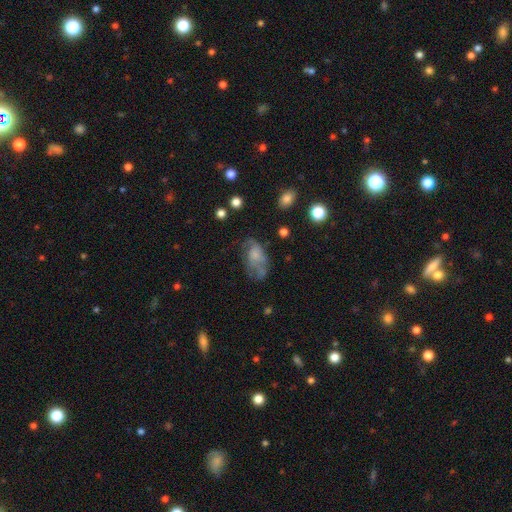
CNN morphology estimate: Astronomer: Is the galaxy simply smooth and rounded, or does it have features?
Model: smooth — 45% (runner-up: featured or disk, 44%).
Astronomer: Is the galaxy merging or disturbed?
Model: none — 39% (runner-up: major disturbance, 29%).